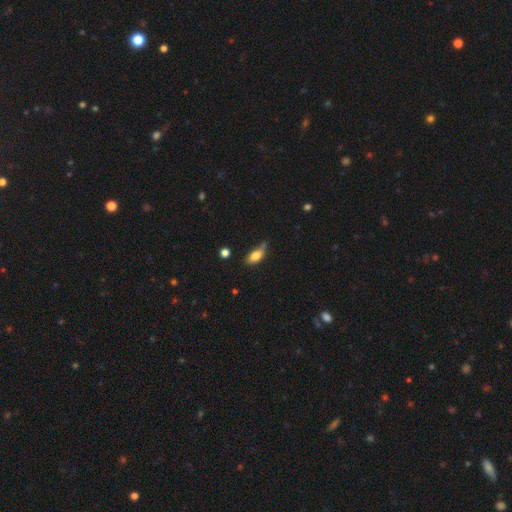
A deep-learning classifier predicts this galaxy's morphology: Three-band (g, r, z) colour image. It shows a smooth galaxy with no disk features (79%) that is in between round and cigar-shaped (85%). Merging: none (48%).